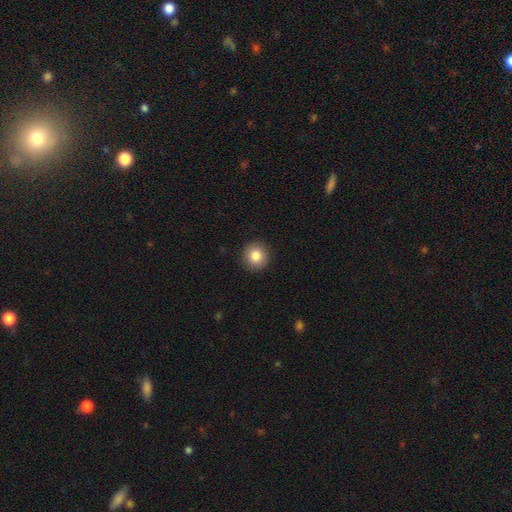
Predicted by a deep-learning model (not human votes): A smooth galaxy with no disk features (85%) that is round (92%). Merging: none (92%).